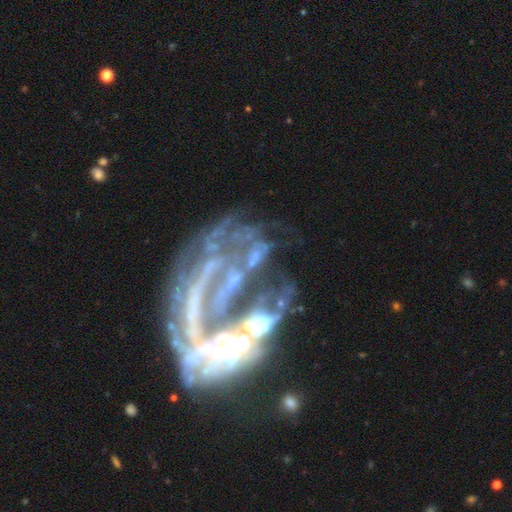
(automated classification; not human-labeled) This is likely a featured or disk galaxy (68%). It is clearly not viewed edge-on (94%). Bar: possibly no (58%). Spiral arm pattern: likely no (61%). Central bulge: possibly none (52%). Merging: marginally major disturbance (35%).